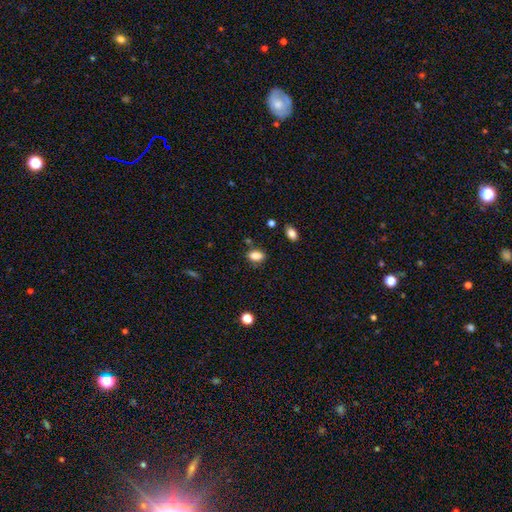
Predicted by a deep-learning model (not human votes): Q: Smooth or featured?
A: smooth (85%); runner-up: star or artifact (9%)
Q: How rounded?
A: in between (86%); runner-up: round (11%)
Q: Merging?
A: none (78%); runner-up: minor disturbance (14%)